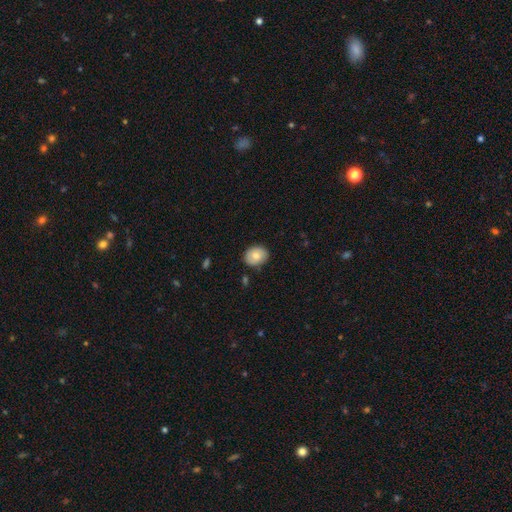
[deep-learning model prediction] A smooth galaxy with no disk features (74%) that is in between round and cigar-shaped (52%). Merging: none (84%).